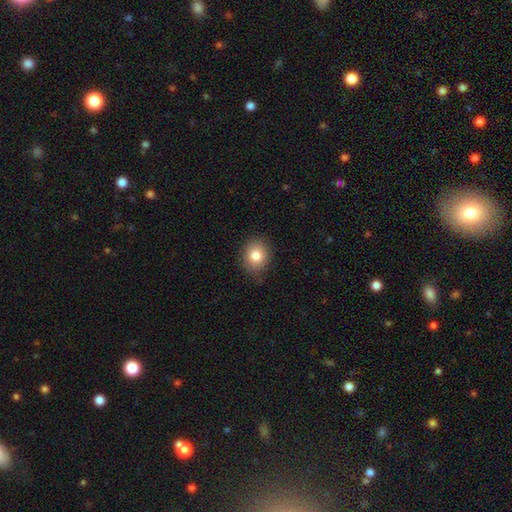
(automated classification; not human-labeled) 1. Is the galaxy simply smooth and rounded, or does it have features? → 82% smooth, 9% star or artifact, 9% featured or disk.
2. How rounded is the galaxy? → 62% round, 37% in between, 1% cigar-shaped.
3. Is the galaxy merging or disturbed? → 81% none, 15% minor disturbance, 3% major disturbance, 1% merger.